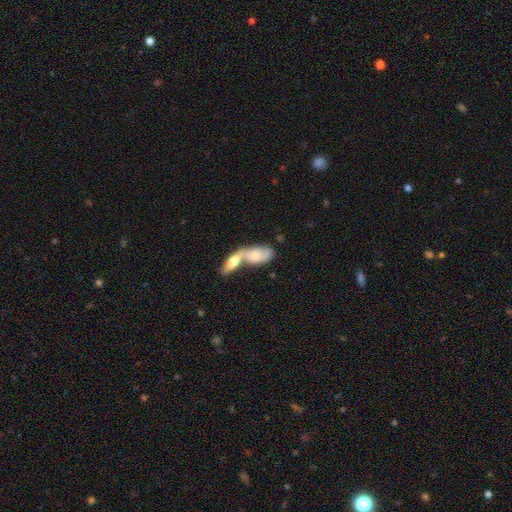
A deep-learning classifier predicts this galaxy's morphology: Smooth or featured? Predicted: smooth (p=0.52). How rounded? Predicted: in between (p=0.84). Merging? Predicted: merger (p=0.81).